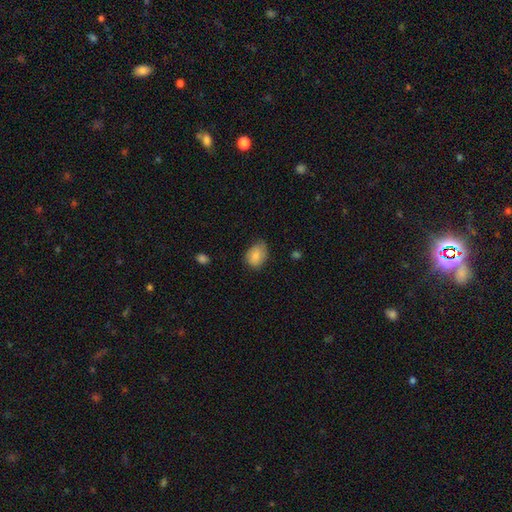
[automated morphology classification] Smooth or featured? smooth (83%)
How rounded? in between (67%)
Merging? none (63%)